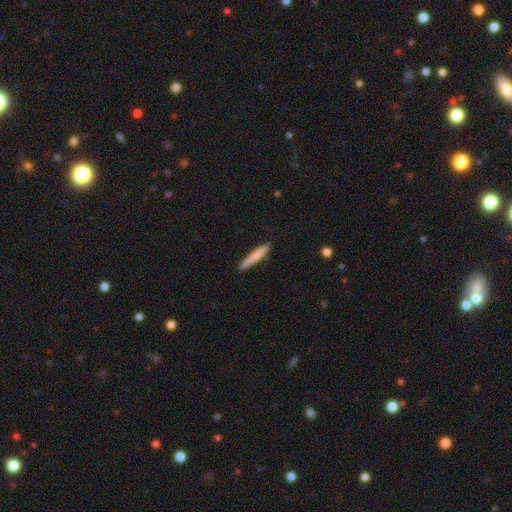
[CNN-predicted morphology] smooth 75%, featured or disk 20%, star or artifact 5%. Down the decision tree: how rounded — cigar-shaped (95%); merging — none (90%).